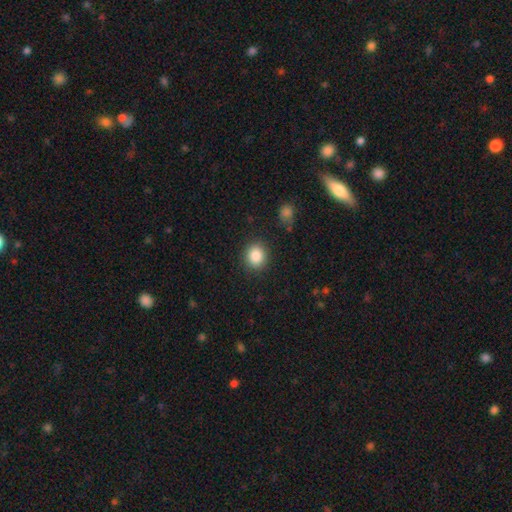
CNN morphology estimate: This is clearly a smooth galaxy (86%). How rounded: likely round (74%). Merging: clearly none (88%).